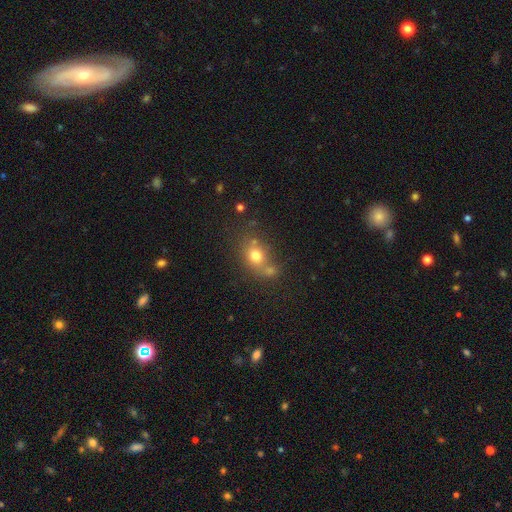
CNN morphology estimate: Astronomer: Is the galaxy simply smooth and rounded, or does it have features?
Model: smooth — 73%.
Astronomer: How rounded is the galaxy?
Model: round — 55% (runner-up: in between, 43%).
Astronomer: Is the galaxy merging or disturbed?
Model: none — 49% (runner-up: merger, 31%).